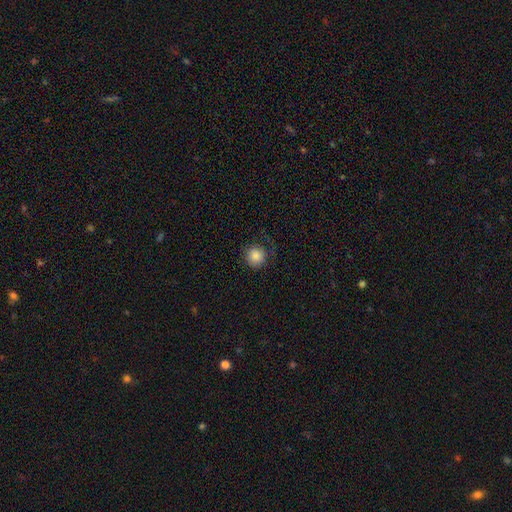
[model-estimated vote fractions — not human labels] Smooth or featured?
  - smooth: 84% *
  - star or artifact: 9%
  - featured or disk: 8%
How rounded?
  - round: 91% *
  - in between: 8%
  - cigar-shaped: 1%
Merging?
  - none: 73% *
  - minor disturbance: 17%
  - major disturbance: 10%
  - merger: 1%